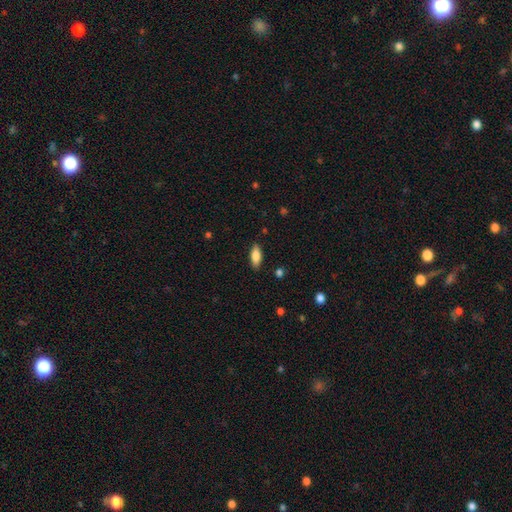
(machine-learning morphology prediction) Smooth or featured?
  - smooth: 82% *
  - featured or disk: 12%
  - star or artifact: 7%
How rounded?
  - in between: 77% *
  - cigar-shaped: 21%
  - round: 2%
Merging?
  - none: 87% *
  - minor disturbance: 10%
  - major disturbance: 2%
  - merger: 1%